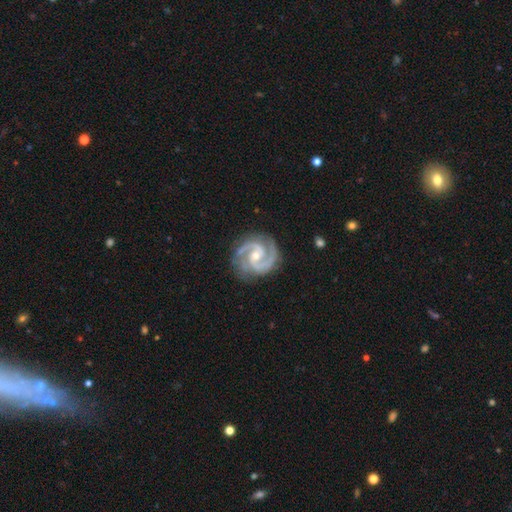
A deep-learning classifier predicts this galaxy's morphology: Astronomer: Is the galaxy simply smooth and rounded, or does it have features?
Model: featured or disk — 94%.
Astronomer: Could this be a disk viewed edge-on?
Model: no — 98%.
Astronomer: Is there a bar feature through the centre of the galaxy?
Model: no — 45% (runner-up: weak, 39%).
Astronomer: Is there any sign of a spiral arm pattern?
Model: yes — 99%.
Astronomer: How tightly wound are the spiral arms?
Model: medium — 51% (runner-up: tight, 44%).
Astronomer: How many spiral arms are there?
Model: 2 — 89%.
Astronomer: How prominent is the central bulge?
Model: small — 52% (runner-up: moderate, 45%).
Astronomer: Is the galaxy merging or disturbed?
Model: none — 83%.